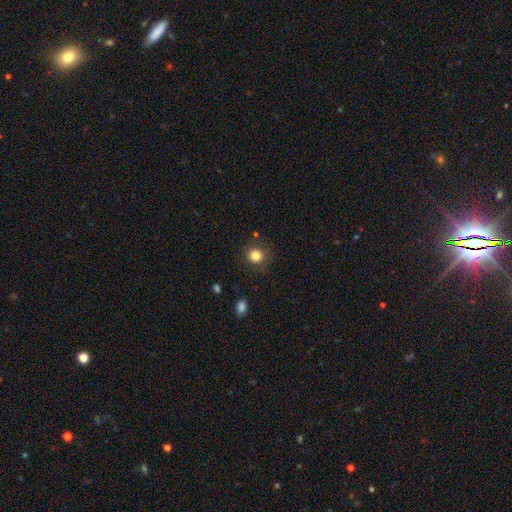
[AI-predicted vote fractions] Smooth or featured? Predicted: smooth (p=0.83). How rounded? Predicted: round (p=0.84). Merging? Predicted: none (p=0.83).